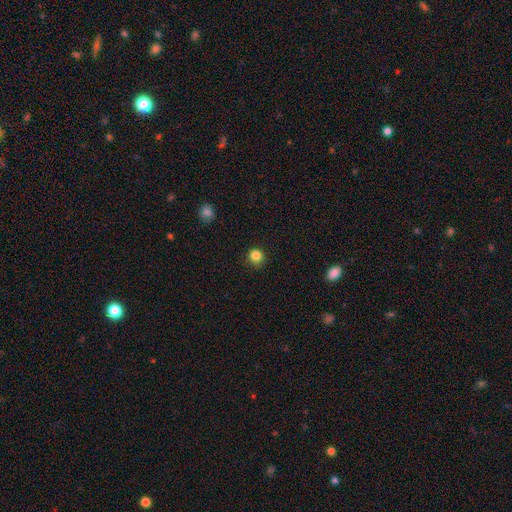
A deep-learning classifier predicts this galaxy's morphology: Smooth or featured: smooth — 84% (star or artifact — 12%)
How rounded: round — 92% (in between — 7%)
Merging: none — 86% (minor disturbance — 10%)